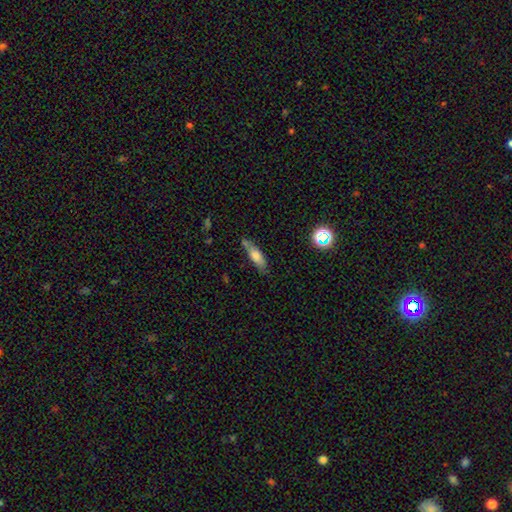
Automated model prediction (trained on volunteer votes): The model was most divided on "how rounded": cigar-shaped: 53%, in between: 44%, round: 2%. More confident: smooth or featured — smooth (68%); merging — none (63%).